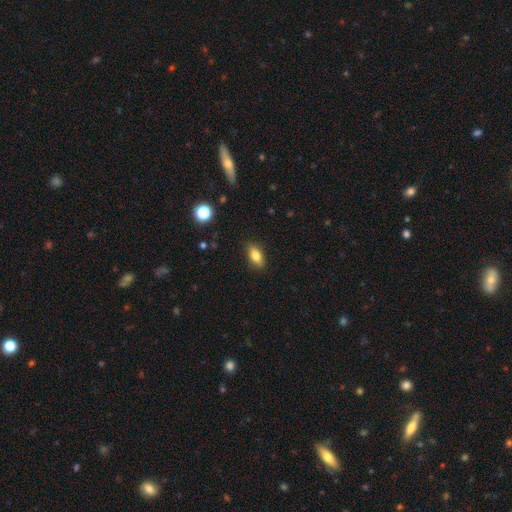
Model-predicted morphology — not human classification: This appears to be a smooth galaxy with no disk features (78%) that is in between round and cigar-shaped (81%). Merging: none (87%).